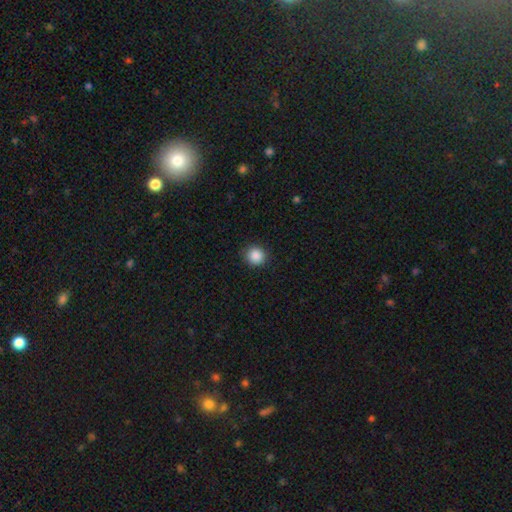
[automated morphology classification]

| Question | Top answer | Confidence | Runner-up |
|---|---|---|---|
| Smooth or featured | smooth | 88% | star or artifact (10%) |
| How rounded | round | 92% | in between (7%) |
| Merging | none | 91% | minor disturbance (6%) |